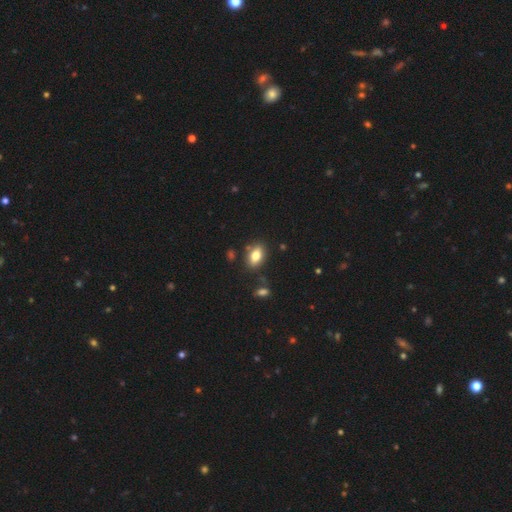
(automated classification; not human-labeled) smooth_or_featured: smooth (p=0.79) [alt: featured or disk p=0.13]
how_rounded: in between (p=0.87) [alt: round p=0.09]
merging: none (p=0.80) [alt: minor disturbance p=0.12]